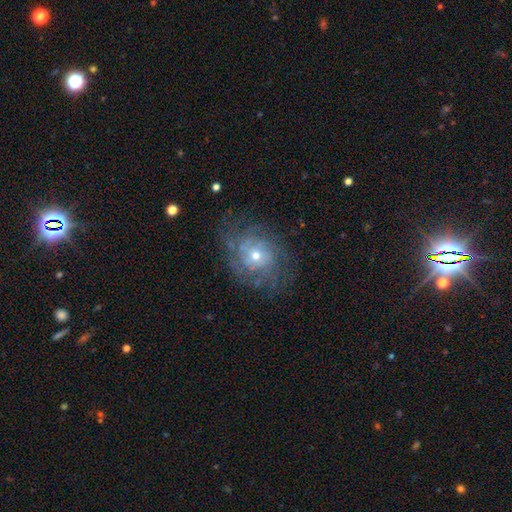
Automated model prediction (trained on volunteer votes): This is likely a featured or disk galaxy (70%). It is clearly not viewed edge-on (96%). Bar: clearly no (82%). Spiral arm pattern: likely yes (79%). Spiral arm count: possibly can't tell (53%). Spiral winding: possibly tight (59%). Central bulge: possibly small (56%). Merging: likely none (69%).